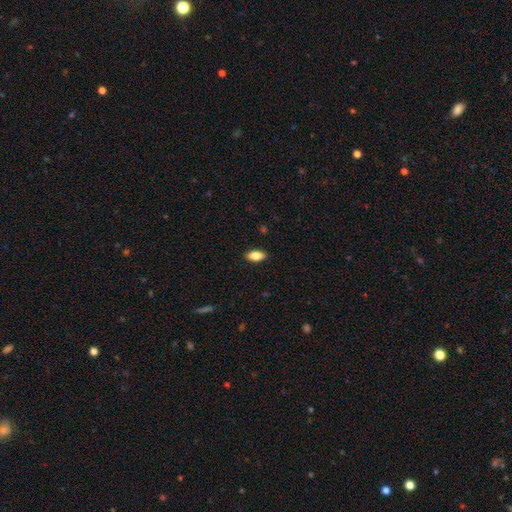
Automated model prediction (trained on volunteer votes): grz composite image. It shows a smooth galaxy with no disk features (82%) that is in between round and cigar-shaped (89%). Merging: none (89%).